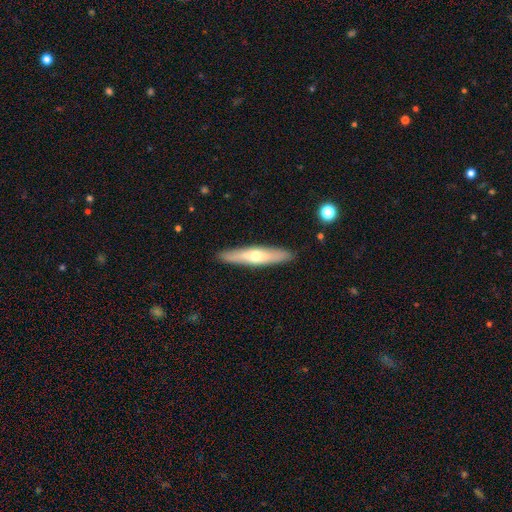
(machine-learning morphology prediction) The model was most divided on "smooth or featured": featured or disk: 50%, smooth: 44%, star or artifact: 6%. More confident: merging — none (90%); edge-on disk — yes (81%).